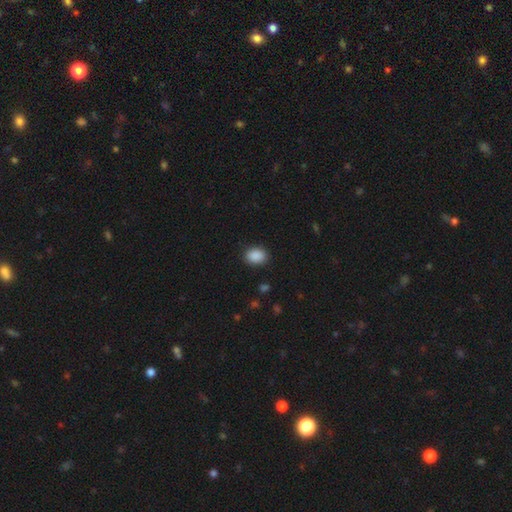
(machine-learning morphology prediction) type=smooth (89%); roundness=in between (68%); merging=none (89%).